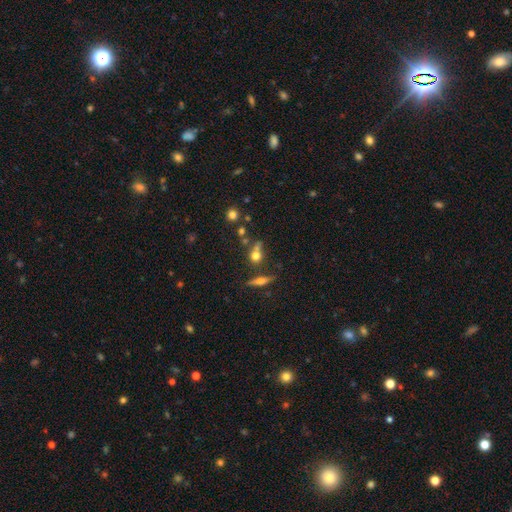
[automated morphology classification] Overall: smooth (61%; featured or disk 22%). How rounded: round (75%). Merging: none (50%; merger 32%).